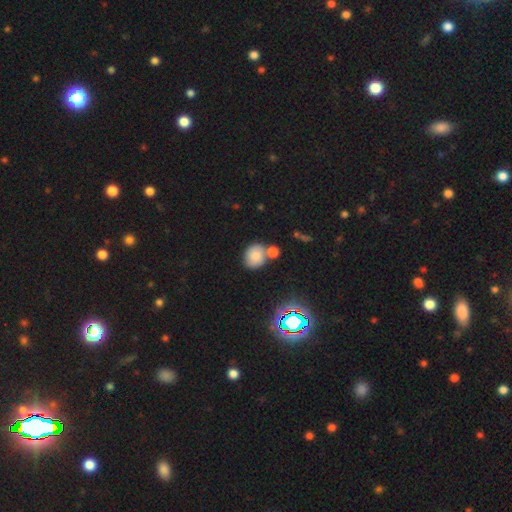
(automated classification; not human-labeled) A smooth galaxy with no disk features (71%) that is round (72%).

Vote fractions:
- Smooth or featured? smooth: 71% / star or artifact: 15% / featured or disk: 14%
- How rounded? round: 72% / in between: 27% / cigar-shaped: 1%
- Merging? none: 52% / merger: 32% / minor disturbance: 12% / major disturbance: 4%